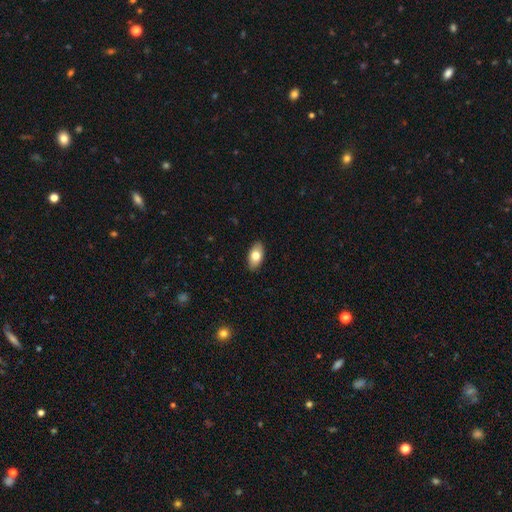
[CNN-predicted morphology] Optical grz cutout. It shows a smooth galaxy with no disk features (76%) that is in between round and cigar-shaped (92%). Merging: none (89%).